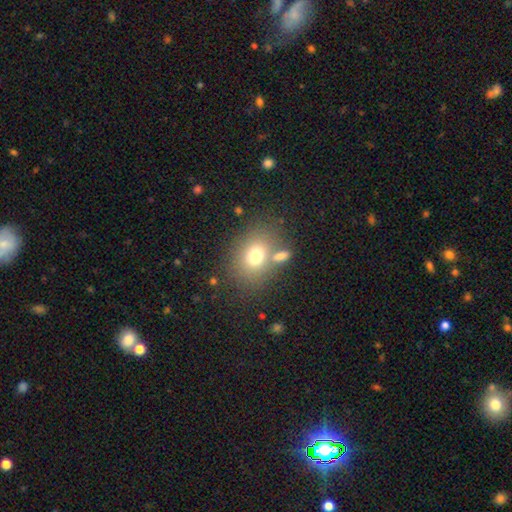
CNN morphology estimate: This appears to be a smooth galaxy with no disk features (72%) that is in between round and cigar-shaped (58%). Merging: none (64%).